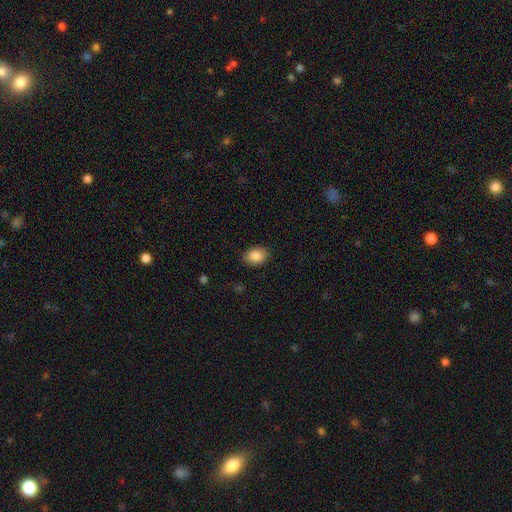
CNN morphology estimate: smooth 87%, star or artifact 8%, featured or disk 5%. Down the decision tree: how rounded — in between (69%); merging — none (87%).